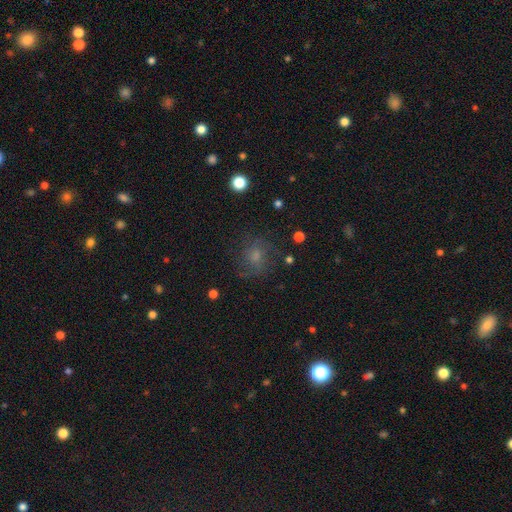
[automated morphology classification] type=smooth (47%); merging=none (66%).